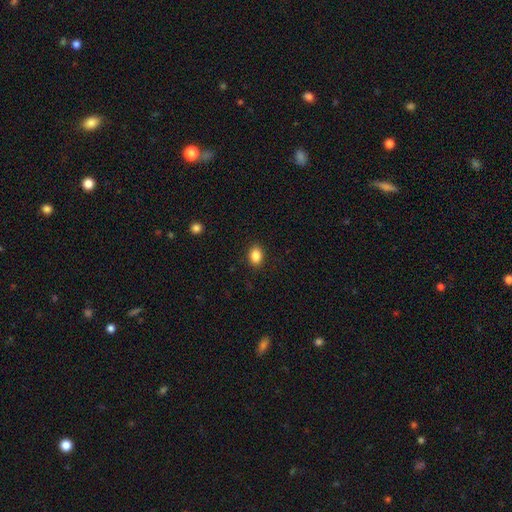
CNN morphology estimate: smooth 86%, star or artifact 9%, featured or disk 5%. Down the decision tree: how rounded — in between (70%); merging — none (89%).